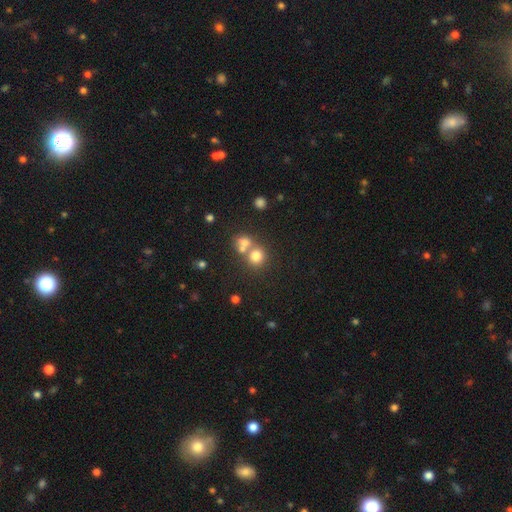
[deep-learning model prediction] A smooth galaxy with no disk features (73%) that is round (84%). Merging: none (48%).